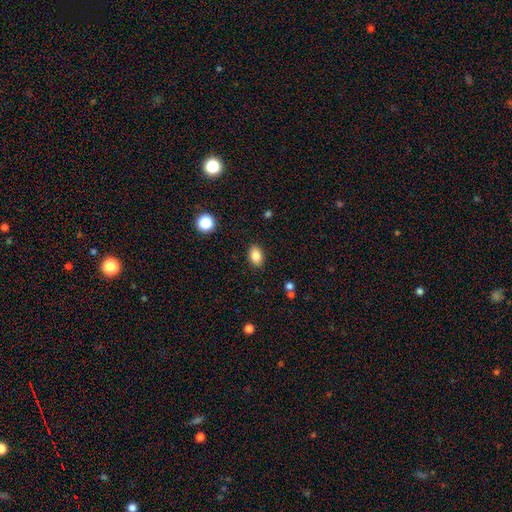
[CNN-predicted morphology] Smooth or featured? Predicted: smooth (p=0.84). How rounded? Predicted: in between (p=0.83). Merging? Predicted: none (p=0.88).